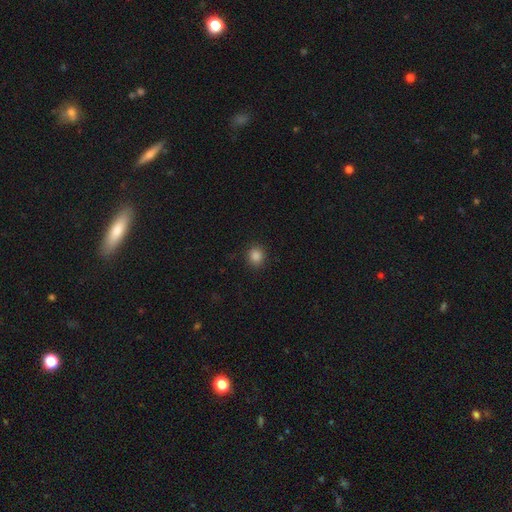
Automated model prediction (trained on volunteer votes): Q: Smooth or featured?
A: smooth (85%); runner-up: star or artifact (12%)
Q: How rounded?
A: round (84%); runner-up: in between (15%)
Q: Merging?
A: none (90%); runner-up: minor disturbance (7%)